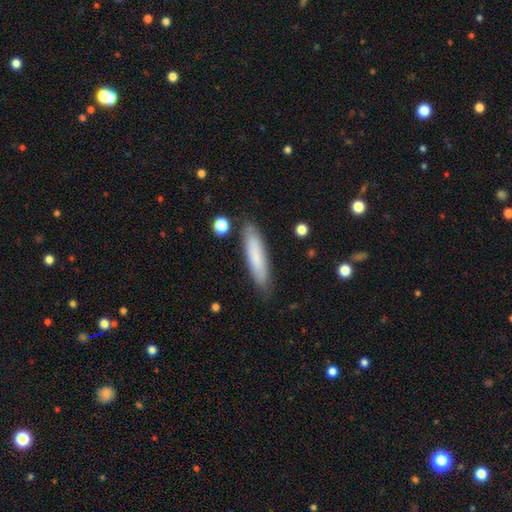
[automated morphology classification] A smooth galaxy with no disk features (77%) that is cigar-shaped (79%).

Vote fractions:
- Smooth or featured? smooth: 77% / featured or disk: 17% / star or artifact: 6%
- How rounded? cigar-shaped: 79% / in between: 20% / round: 1%
- Merging? none: 85% / minor disturbance: 11% / major disturbance: 2% / merger: 2%